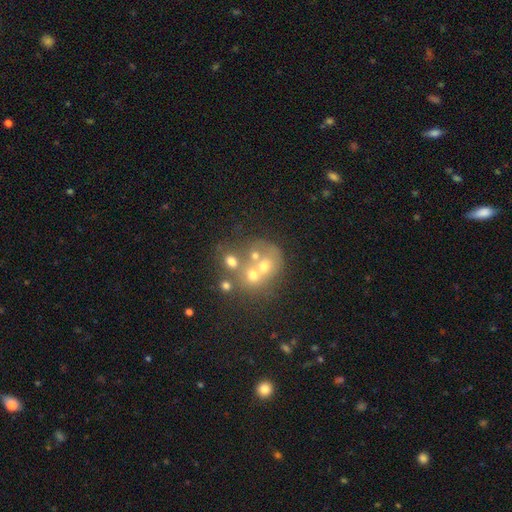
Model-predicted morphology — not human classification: The model was most divided on "smooth or featured": smooth: 42%, featured or disk: 39%, star or artifact: 18%. More confident: merging — merger (54%).